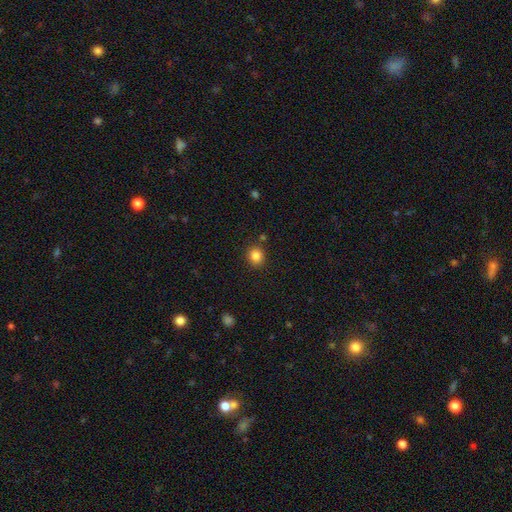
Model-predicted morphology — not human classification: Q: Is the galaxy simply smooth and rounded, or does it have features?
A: smooth — 85%.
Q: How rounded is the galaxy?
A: round — 82%.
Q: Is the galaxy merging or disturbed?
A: none — 85%.